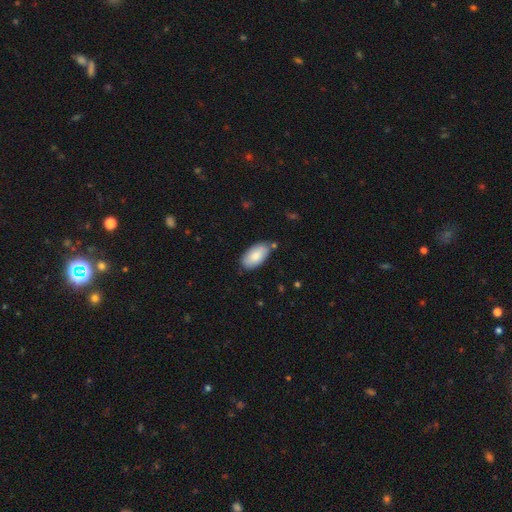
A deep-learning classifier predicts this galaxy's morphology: smooth_or_featured: smooth (p=0.83) [alt: featured or disk p=0.11]
how_rounded: in between (p=0.95) [alt: cigar-shaped p=0.02]
merging: none (p=0.71) [alt: minor disturbance p=0.20]